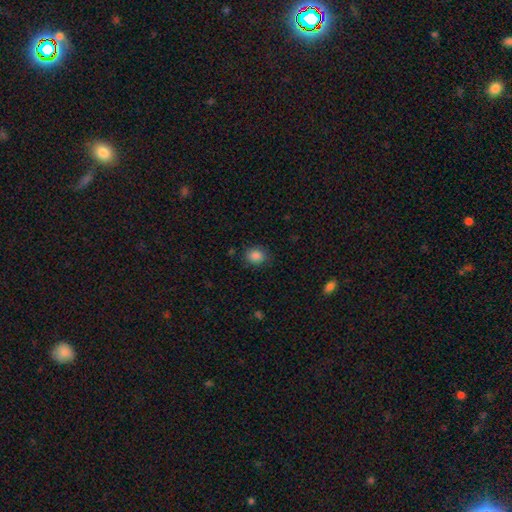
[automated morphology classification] Smooth or featured?
  - smooth: 86% *
  - star or artifact: 10%
  - featured or disk: 4%
How rounded?
  - round: 68% *
  - in between: 31%
  - cigar-shaped: 1%
Merging?
  - none: 84% *
  - minor disturbance: 12%
  - major disturbance: 3%
  - merger: 1%